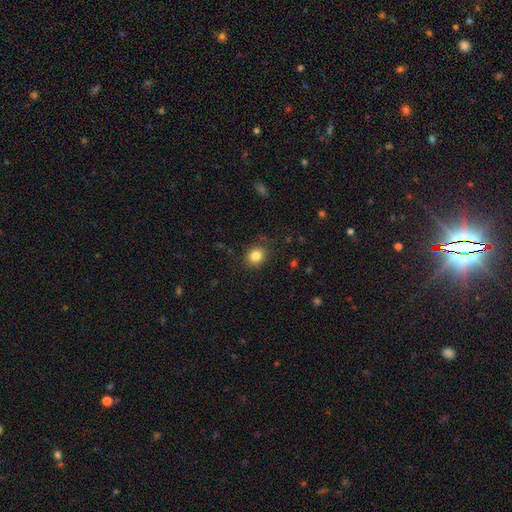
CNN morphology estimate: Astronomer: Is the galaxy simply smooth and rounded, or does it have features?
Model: smooth — 84%.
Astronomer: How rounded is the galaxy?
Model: round — 73%.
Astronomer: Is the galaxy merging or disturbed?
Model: none — 86%.